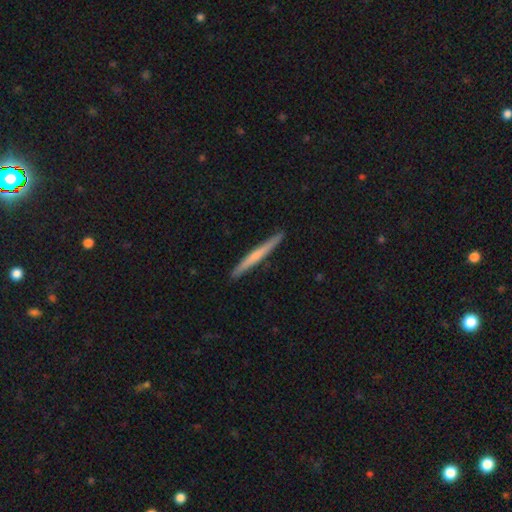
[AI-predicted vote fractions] Smooth or featured? featured or disk (47%, tied with smooth)
Merging? none (91%)